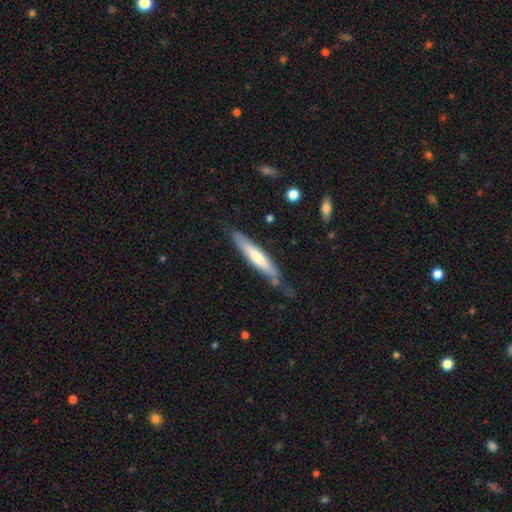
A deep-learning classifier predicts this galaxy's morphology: Q: Smooth or featured?
A: smooth (50%); runner-up: featured or disk (44%)
Q: Merging?
A: none (74%); runner-up: minor disturbance (20%)